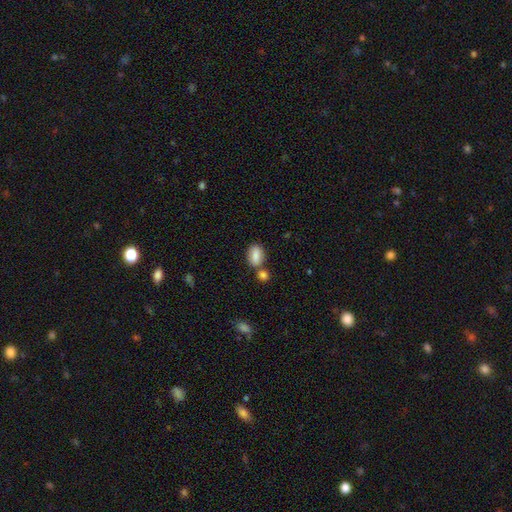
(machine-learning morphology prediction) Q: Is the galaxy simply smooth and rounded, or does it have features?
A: smooth — 83%.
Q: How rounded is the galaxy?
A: in between — 82%.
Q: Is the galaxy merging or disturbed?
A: none — 57%.